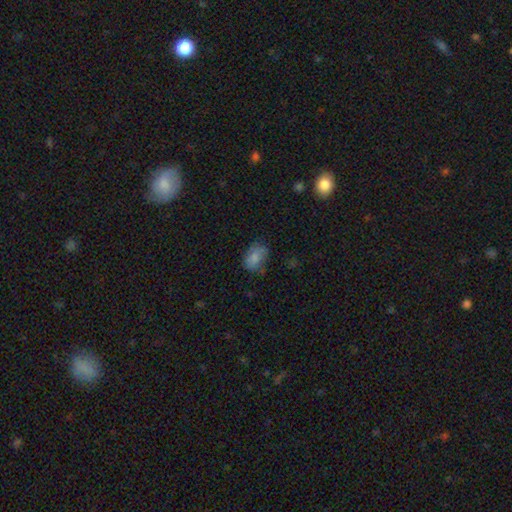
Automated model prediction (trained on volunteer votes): Q: Smooth or featured?
A: smooth (72%); runner-up: featured or disk (17%)
Q: How rounded?
A: in between (81%); runner-up: round (17%)
Q: Merging?
A: none (64%); runner-up: minor disturbance (27%)